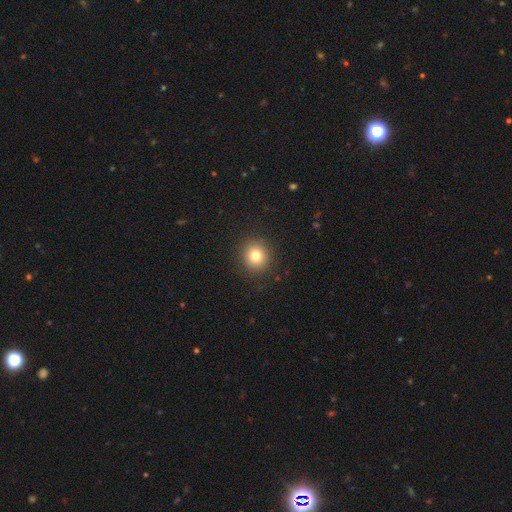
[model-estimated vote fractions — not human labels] This appears to be a smooth galaxy with no disk features (80%) that is round (89%). Merging: none (91%).